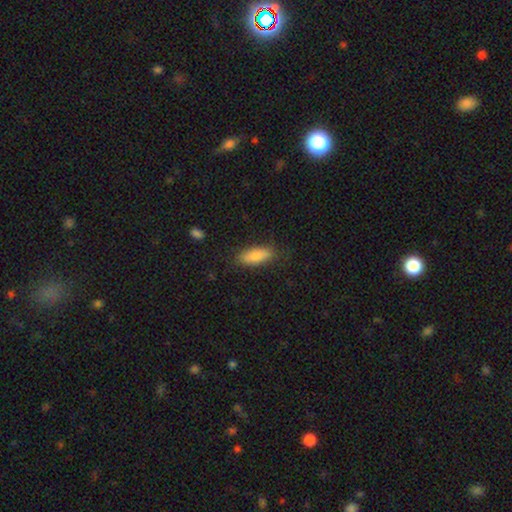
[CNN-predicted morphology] A smooth galaxy with no disk features (82%) that is in between round and cigar-shaped (67%).

Vote fractions:
- Smooth or featured? smooth: 82% / featured or disk: 12% / star or artifact: 6%
- How rounded? in between: 67% / cigar-shaped: 31% / round: 2%
- Merging? none: 82% / minor disturbance: 13% / major disturbance: 3% / merger: 1%